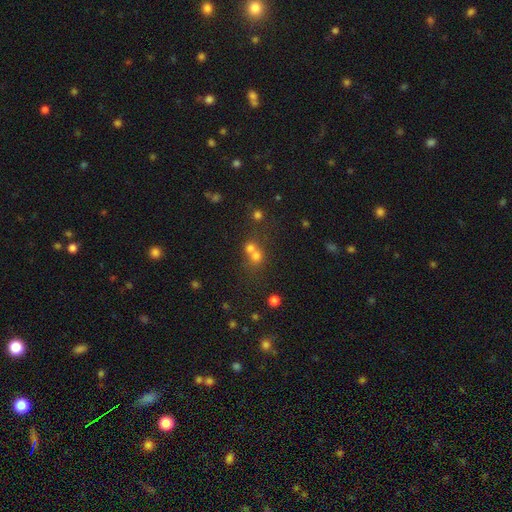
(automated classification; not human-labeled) Smooth or featured? Predicted: smooth (p=0.66). How rounded? Predicted: round (p=0.80). Merging? Predicted: merger (p=0.55).